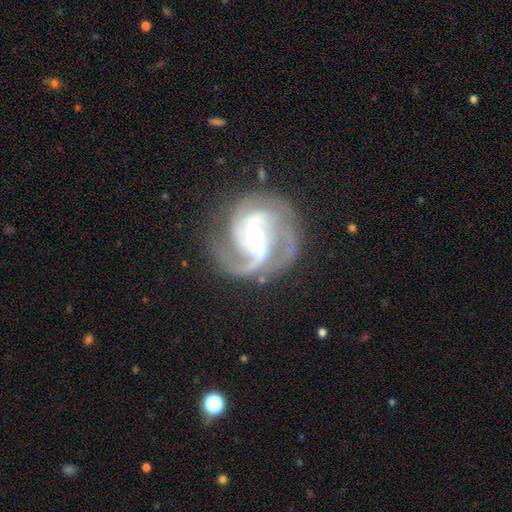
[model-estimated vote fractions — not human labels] Morphology: type=featured or disk (91%); edge-on=no (98%); bar=weak (41%); spiral arms=yes (98%); winding=tight (49%); arm count=2 (58%); bulge=small (48%); merging=none (73%).